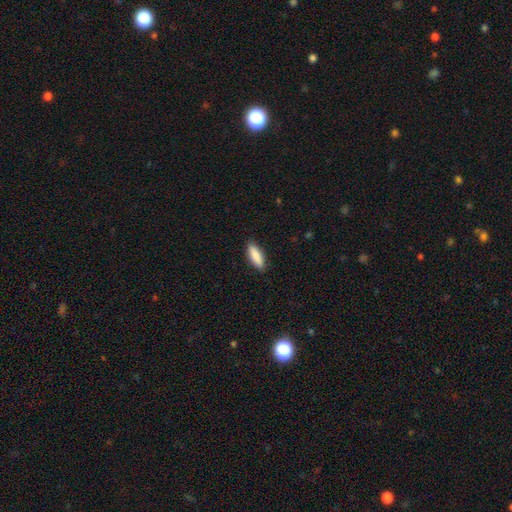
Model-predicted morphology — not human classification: The model was most divided on "how rounded": in between: 53%, cigar-shaped: 45%, round: 2%. More confident: merging — none (89%); smooth or featured — smooth (87%).